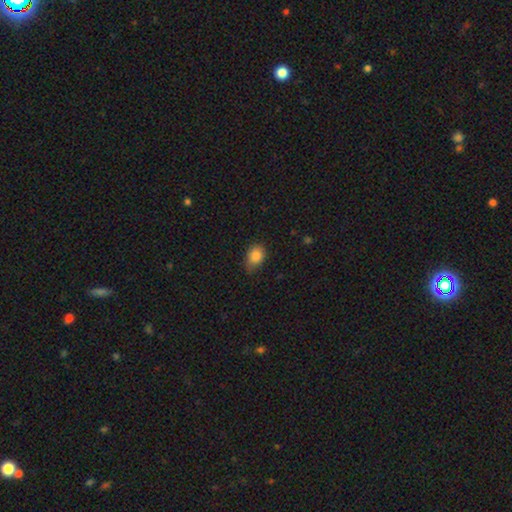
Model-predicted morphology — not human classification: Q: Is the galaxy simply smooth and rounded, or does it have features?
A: smooth — 85%.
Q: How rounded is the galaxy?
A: in between — 61%.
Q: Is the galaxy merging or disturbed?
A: none — 63%.